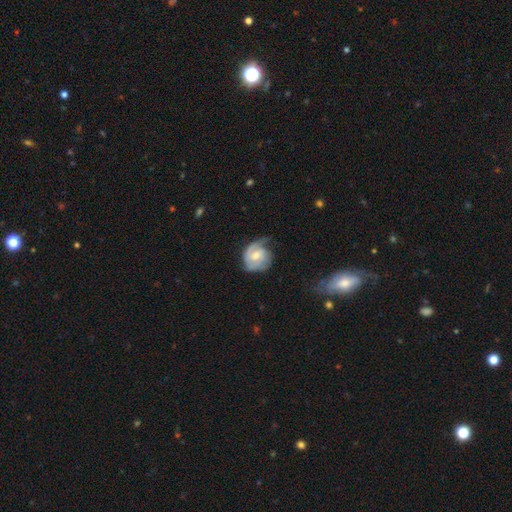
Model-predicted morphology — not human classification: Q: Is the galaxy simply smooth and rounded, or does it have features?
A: featured or disk — 69%.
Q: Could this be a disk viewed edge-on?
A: no — 98%.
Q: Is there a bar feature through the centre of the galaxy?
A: no — 51%.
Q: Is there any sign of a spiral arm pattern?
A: yes — 88%.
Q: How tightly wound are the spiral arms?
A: tight — 49%.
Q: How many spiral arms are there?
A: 2 — 43%.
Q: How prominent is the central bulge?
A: moderate — 58%.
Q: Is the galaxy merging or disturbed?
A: none — 49%.